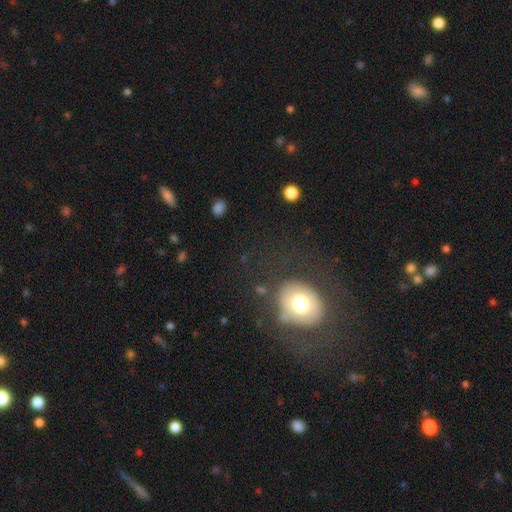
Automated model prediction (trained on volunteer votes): smooth_or_featured: smooth (p=0.48) [alt: featured or disk p=0.33]
merging: none (p=0.79) [alt: minor disturbance p=0.11]